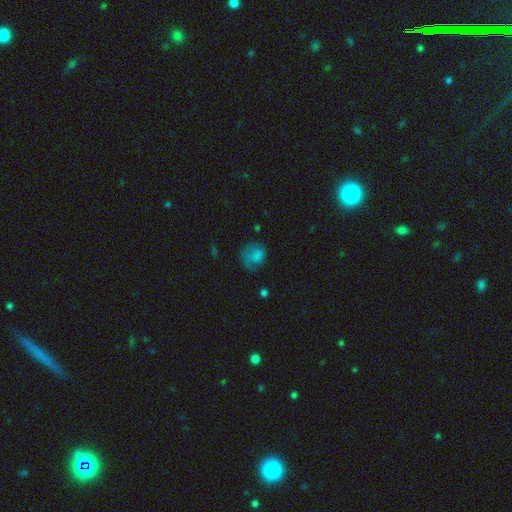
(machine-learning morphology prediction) This is likely a smooth galaxy (66%). How rounded: likely round (64%). Merging: marginally none (41%).